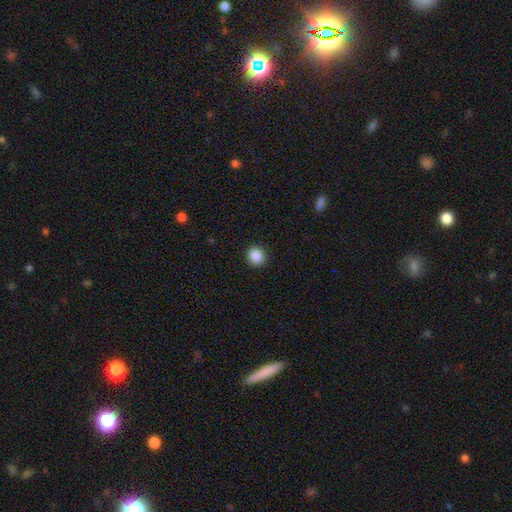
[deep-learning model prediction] Smooth or featured? smooth (87%)
How rounded? round (87%)
Merging? none (92%)